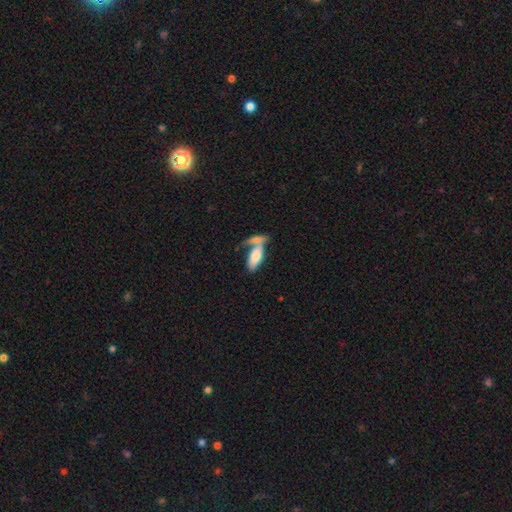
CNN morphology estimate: A smooth galaxy with no disk features (73%) that is in between round and cigar-shaped (75%).

Vote fractions:
- Smooth or featured? smooth: 73% / featured or disk: 22% / star or artifact: 6%
- How rounded? in between: 75% / cigar-shaped: 22% / round: 2%
- Merging? merger: 51% / none: 31% / minor disturbance: 11% / major disturbance: 7%